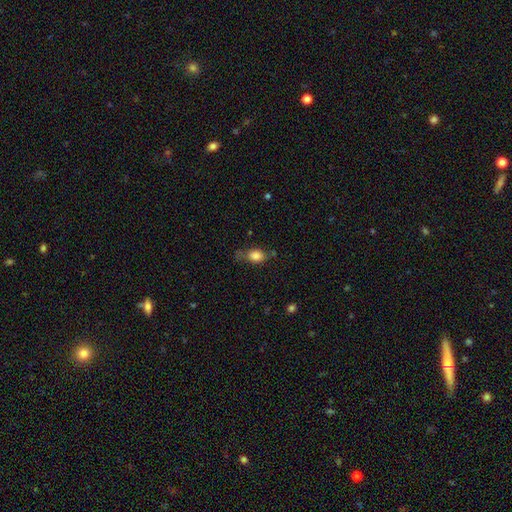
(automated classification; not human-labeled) Morphology: type=smooth (83%); roundness=in between (75%); merging=none (54%).